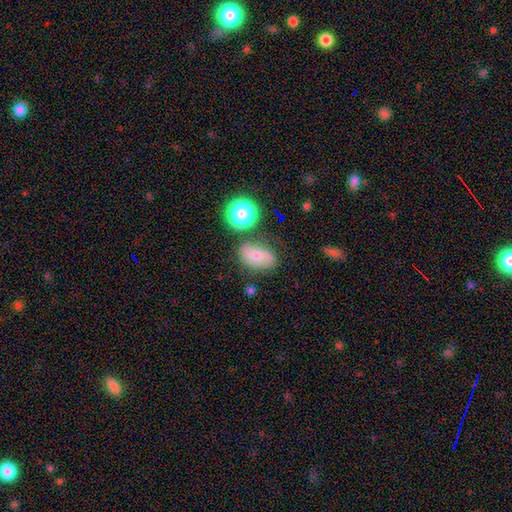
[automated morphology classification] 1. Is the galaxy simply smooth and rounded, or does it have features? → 64% smooth, 22% featured or disk, 14% star or artifact.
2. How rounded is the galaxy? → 77% in between, 20% round, 2% cigar-shaped.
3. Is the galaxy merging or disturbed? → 68% none, 18% minor disturbance, 8% merger, 6% major disturbance.